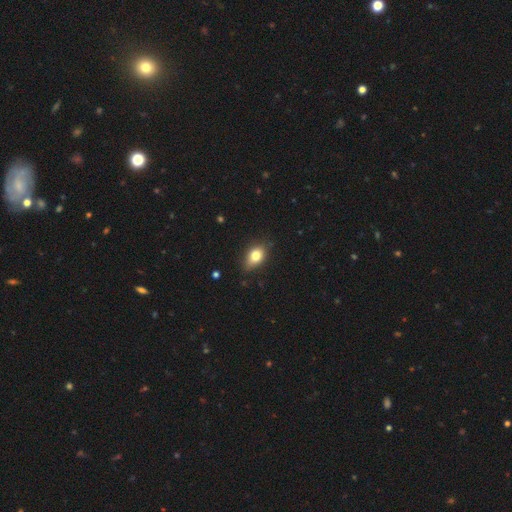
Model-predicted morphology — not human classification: This appears to be a smooth galaxy with no disk features (77%) that is in between round and cigar-shaped (79%). Merging: none (75%).